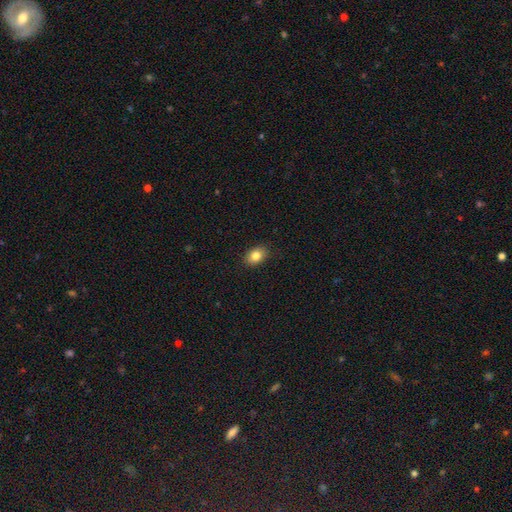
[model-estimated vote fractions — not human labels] The model was most divided on "how rounded": in between: 76%, round: 23%, cigar-shaped: 1%. More confident: merging — none (87%); smooth or featured — smooth (83%).